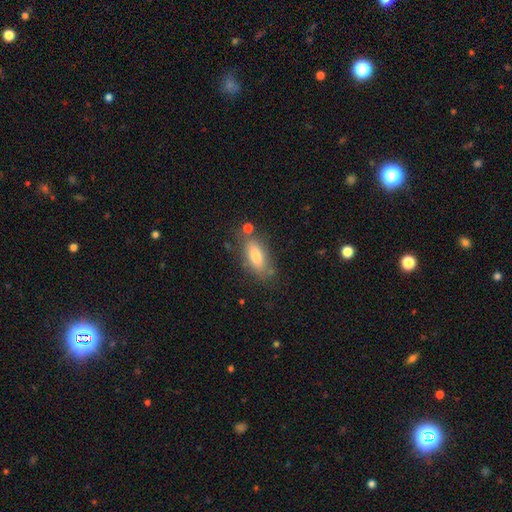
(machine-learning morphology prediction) Smooth or featured? smooth (77%)
How rounded? in between (80%)
Merging? none (72%)